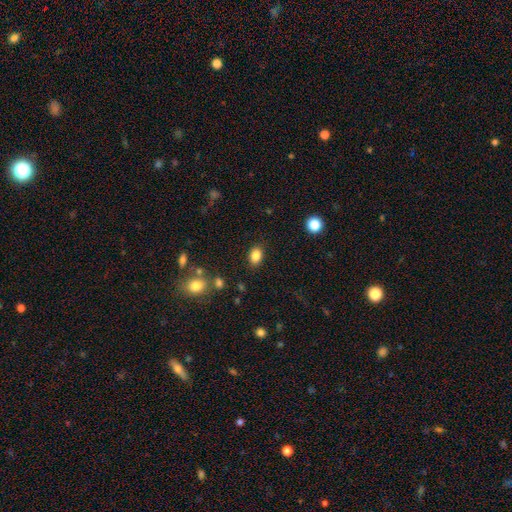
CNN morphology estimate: Q: Smooth or featured?
A: smooth (85%); runner-up: star or artifact (10%)
Q: How rounded?
A: in between (76%); runner-up: round (23%)
Q: Merging?
A: none (85%); runner-up: minor disturbance (10%)